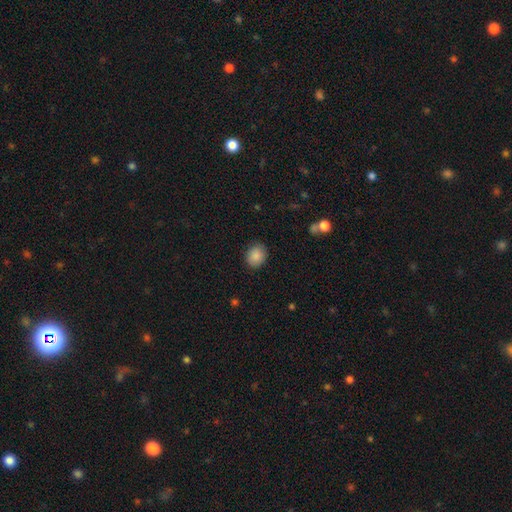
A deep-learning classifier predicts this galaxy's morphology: A smooth galaxy with no disk features (88%) that is round (51%). Merging: none (87%).